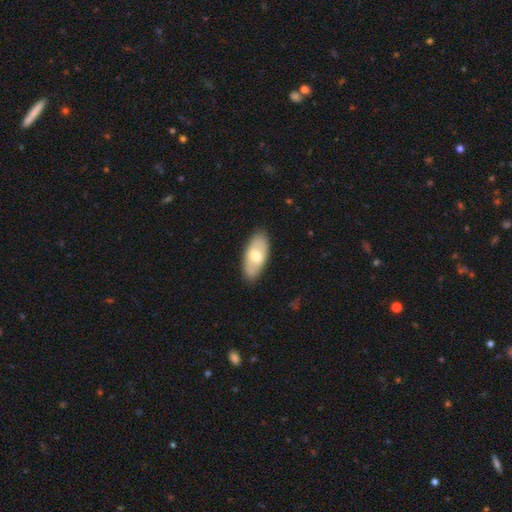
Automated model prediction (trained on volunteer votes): Smooth or featured: smooth — 64% (featured or disk — 30%)
How rounded: in between — 89% (cigar-shaped — 8%)
Merging: none — 86% (minor disturbance — 11%)